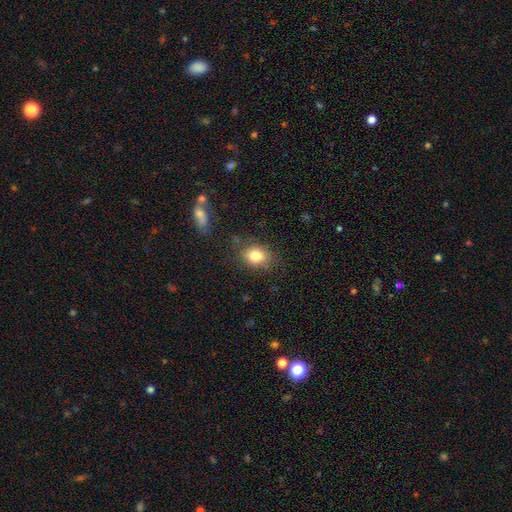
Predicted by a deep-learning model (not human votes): A smooth galaxy with no disk features (82%) that is in between round and cigar-shaped (51%). Merging: none (78%).